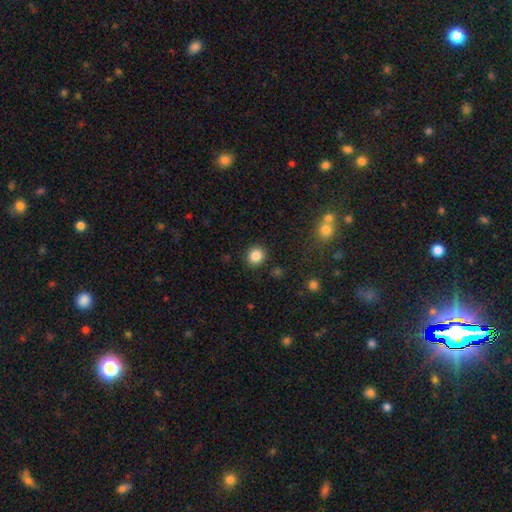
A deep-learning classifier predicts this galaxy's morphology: Overall: smooth (85%). How rounded: round (87%). Merging: none (90%).